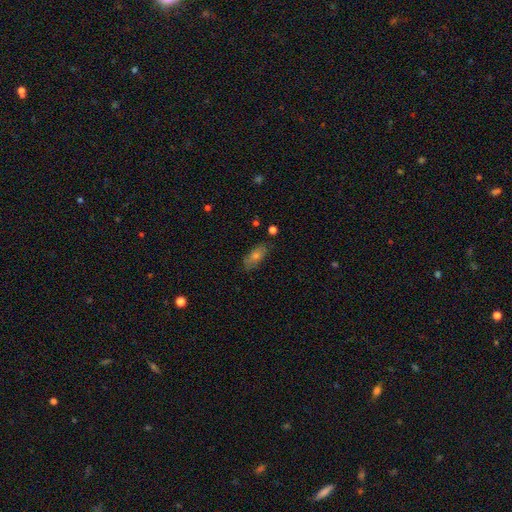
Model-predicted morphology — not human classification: Overall: smooth (58%; featured or disk 28%). How rounded: in between (78%). Merging: none (81%).